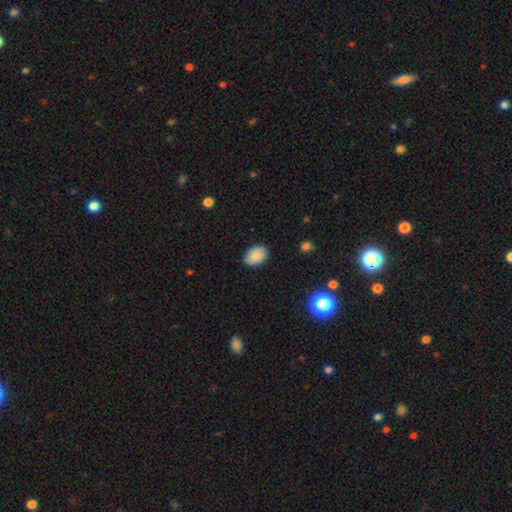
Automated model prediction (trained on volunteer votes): Overall: smooth (86%). How rounded: in between (82%). Merging: none (86%).